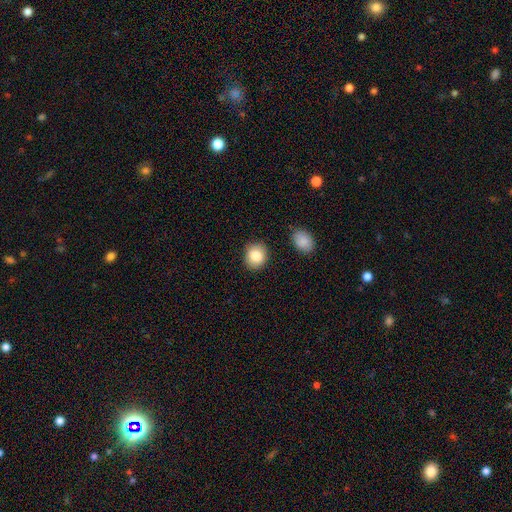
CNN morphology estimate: Smooth or featured?
  - smooth: 86% *
  - star or artifact: 8%
  - featured or disk: 6%
How rounded?
  - round: 67% *
  - in between: 32%
  - cigar-shaped: 1%
Merging?
  - none: 85% *
  - minor disturbance: 10%
  - merger: 3%
  - major disturbance: 2%